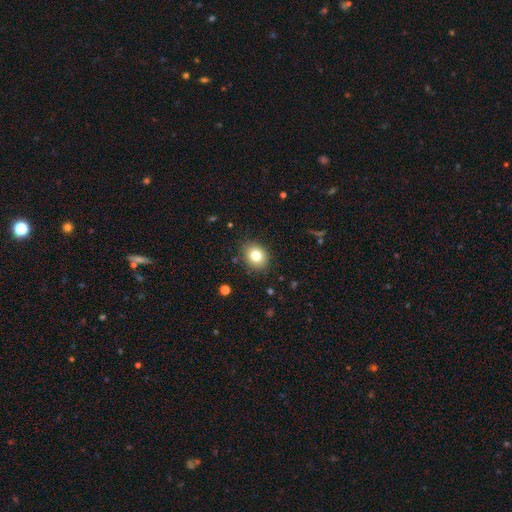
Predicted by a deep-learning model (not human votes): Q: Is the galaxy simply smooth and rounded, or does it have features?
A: smooth — 80%.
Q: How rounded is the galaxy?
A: round — 60%.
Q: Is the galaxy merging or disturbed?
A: none — 86%.